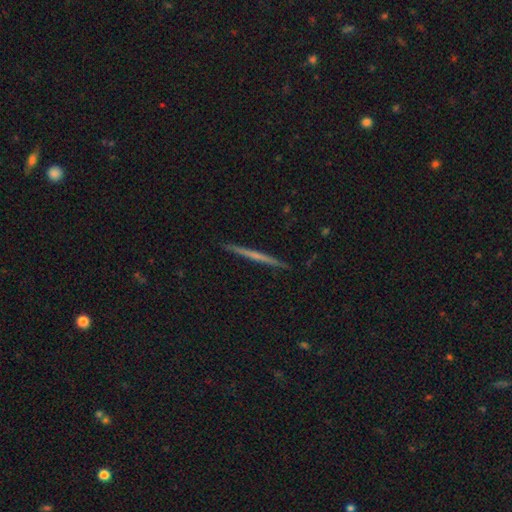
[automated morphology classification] Smooth or featured? featured or disk (60%)
Edge-on disk? yes (98%)
Edge-on bulge? none (82%)
Merging? none (92%)